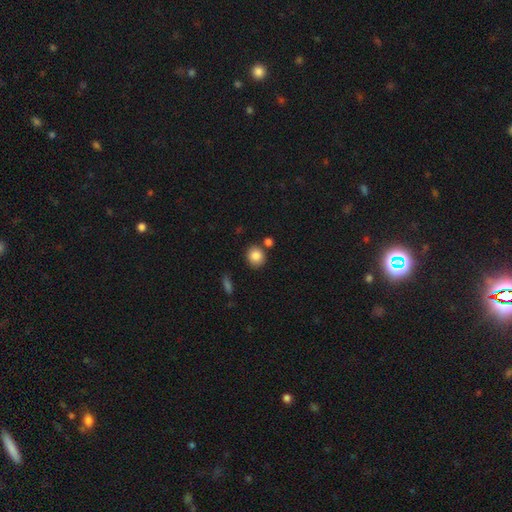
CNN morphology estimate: smooth_or_featured: smooth (p=0.86) [alt: star or artifact p=0.09]
how_rounded: round (p=0.80) [alt: in between p=0.19]
merging: none (p=0.78) [alt: minor disturbance p=0.10]